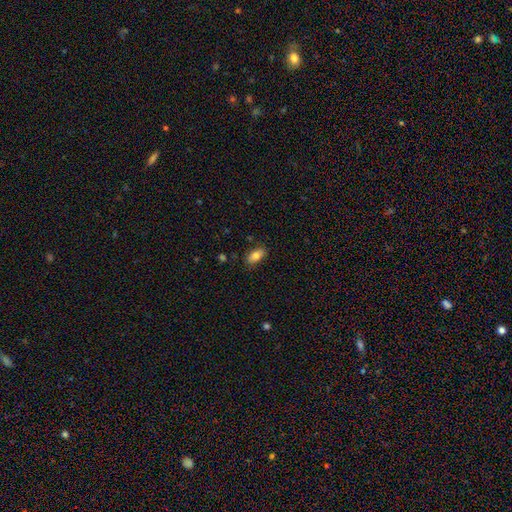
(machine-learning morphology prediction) This is clearly a smooth galaxy (81%). How rounded: clearly in between (90%). Merging: clearly none (84%).